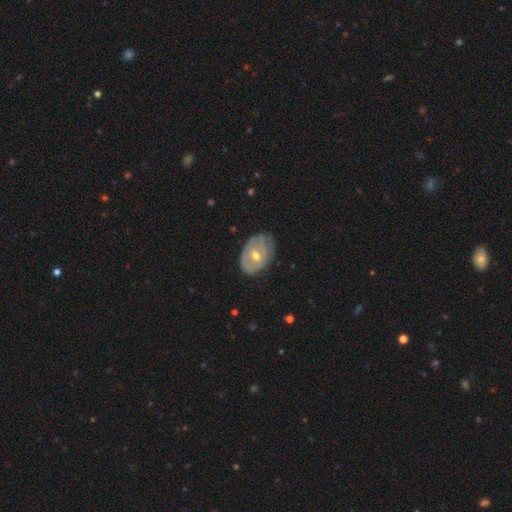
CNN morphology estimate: Q: Smooth or featured?
A: featured or disk (57%); runner-up: smooth (36%)
Q: Edge-on disk?
A: no (93%); runner-up: yes (7%)
Q: Bar?
A: no (67%); runner-up: weak (25%)
Q: Spiral arms?
A: no (60%); runner-up: yes (40%)
Q: Bulge size?
A: moderate (62%); runner-up: small (35%)
Q: Merging?
A: none (68%); runner-up: minor disturbance (25%)